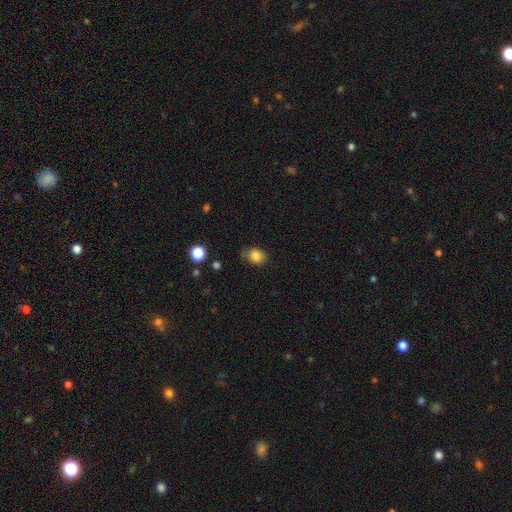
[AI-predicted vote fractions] smooth 84%, star or artifact 10%, featured or disk 5%. Down the decision tree: how rounded — round (52%); merging — none (74%).